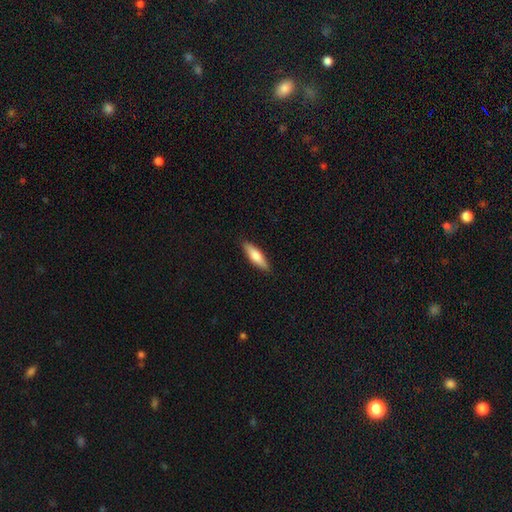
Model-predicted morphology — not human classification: A smooth galaxy with no disk features (69%) that is cigar-shaped (63%).

Vote fractions:
- Smooth or featured? smooth: 69% / featured or disk: 25% / star or artifact: 6%
- How rounded? cigar-shaped: 63% / in between: 36% / round: 2%
- Merging? none: 89% / minor disturbance: 9% / major disturbance: 2% / merger: 1%